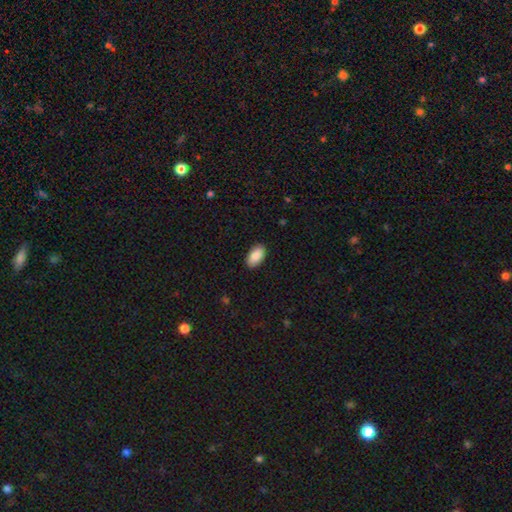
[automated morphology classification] Smooth or featured? Predicted: smooth (p=0.90). How rounded? Predicted: in between (p=0.95). Merging? Predicted: none (p=0.89).